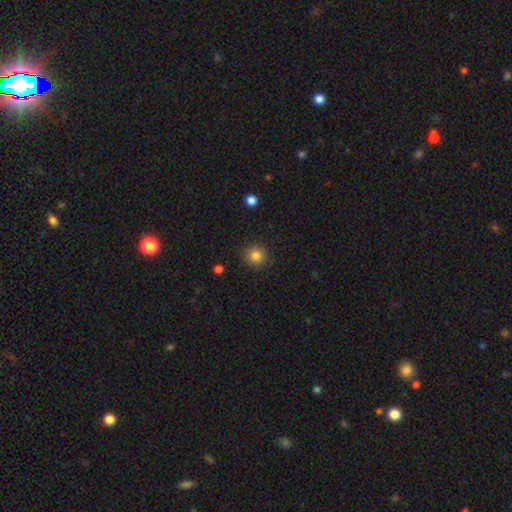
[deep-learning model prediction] smooth-or-featured: smooth: 83% | star or artifact: 11% | featured or disk: 6%
  how-rounded: round: 93% | in between: 6% | cigar-shaped: 1%
  merging: none: 91% | minor disturbance: 6% | major disturbance: 2% | merger: 1%